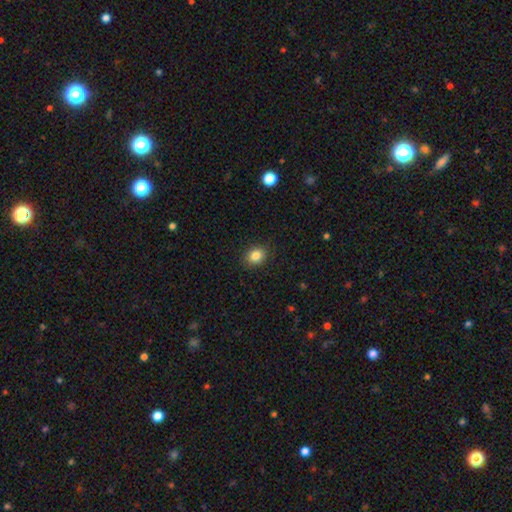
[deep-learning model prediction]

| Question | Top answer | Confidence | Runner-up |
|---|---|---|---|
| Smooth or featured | smooth | 84% | star or artifact (10%) |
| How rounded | round | 50% | in between (49%) |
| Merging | none | 89% | minor disturbance (8%) |